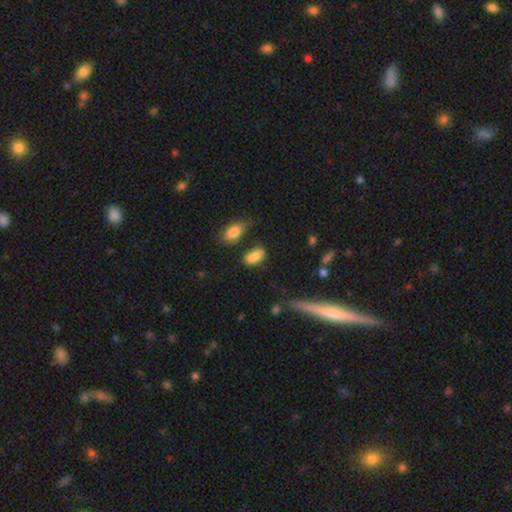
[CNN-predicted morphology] Smooth or featured? smooth (78%)
How rounded? in between (86%)
Merging? none (59%)